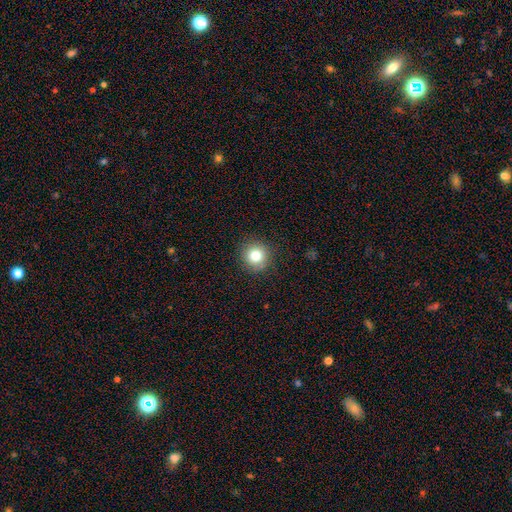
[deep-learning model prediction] Smooth or featured?
  - smooth: 79% *
  - star or artifact: 12%
  - featured or disk: 9%
How rounded?
  - round: 95% *
  - in between: 5%
  - cigar-shaped: 1%
Merging?
  - none: 90% *
  - minor disturbance: 6%
  - major disturbance: 2%
  - merger: 1%